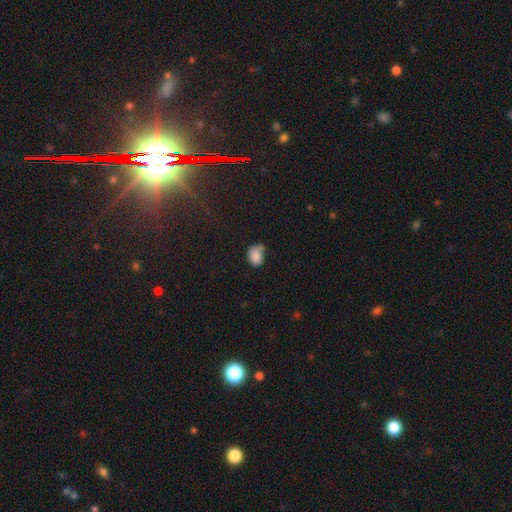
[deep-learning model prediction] Smooth or featured?
  - smooth: 85% *
  - star or artifact: 9%
  - featured or disk: 6%
How rounded?
  - in between: 64% *
  - round: 35%
  - cigar-shaped: 1%
Merging?
  - none: 47% *
  - minor disturbance: 30%
  - merger: 14%
  - major disturbance: 8%